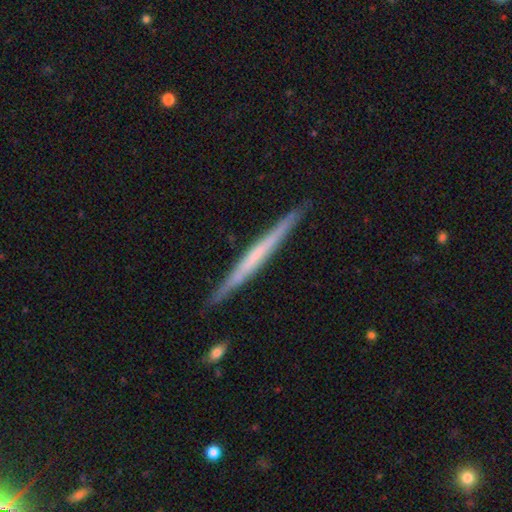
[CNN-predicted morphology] Overall: featured or disk (60%; smooth 35%). Edge-on disk: yes (97%). Edge-on bulge: none (80%). Merging: none (90%).